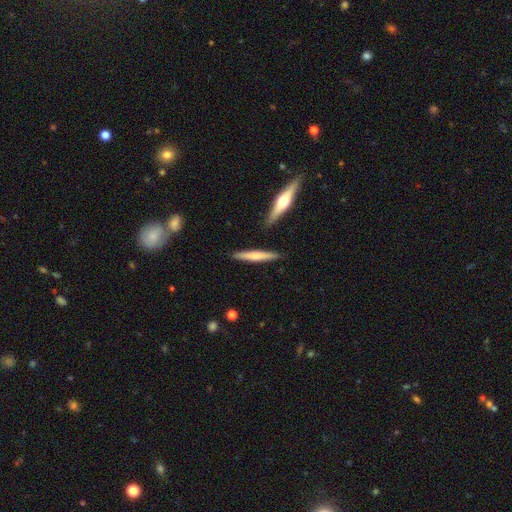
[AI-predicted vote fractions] A smooth galaxy with no disk features (56%) that is cigar-shaped (93%). Merging: none (88%).